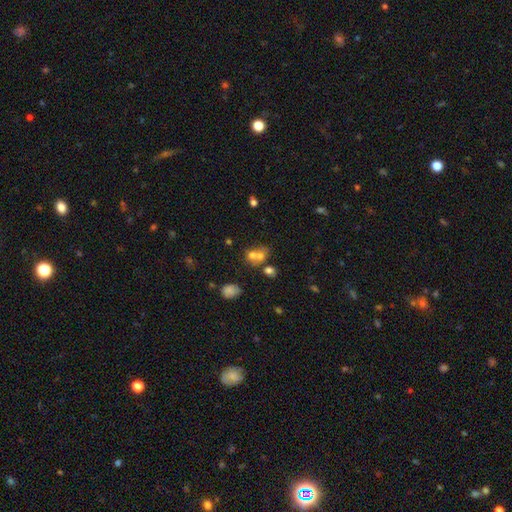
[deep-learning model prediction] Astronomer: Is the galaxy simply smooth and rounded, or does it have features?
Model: smooth — 65%.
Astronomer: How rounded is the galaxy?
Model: round — 62%.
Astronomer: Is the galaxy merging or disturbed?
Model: merger — 59%.